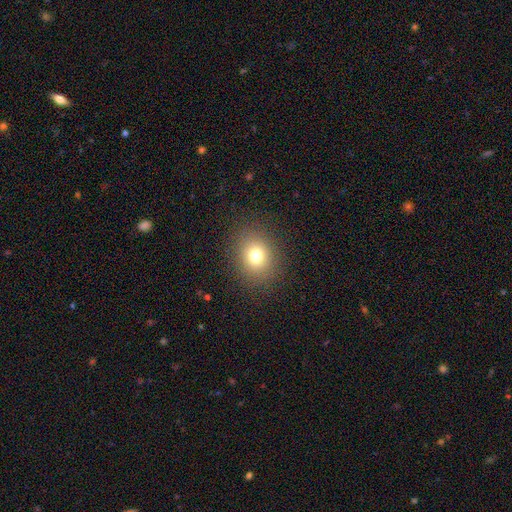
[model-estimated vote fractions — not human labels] Morphology: type=smooth (76%); roundness=round (66%); merging=none (88%).